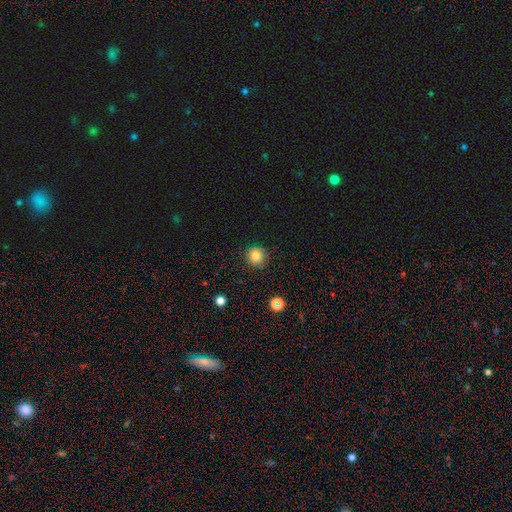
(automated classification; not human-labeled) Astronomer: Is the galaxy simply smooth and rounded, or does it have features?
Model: smooth — 79%.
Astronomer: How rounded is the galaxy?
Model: round — 94%.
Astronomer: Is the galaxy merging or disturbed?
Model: none — 89%.